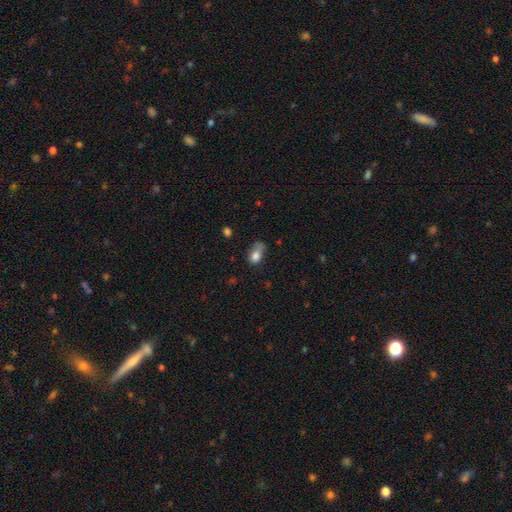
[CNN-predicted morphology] This is likely a smooth galaxy (78%). How rounded: likely in between (77%). Merging: marginally minor disturbance (36%).